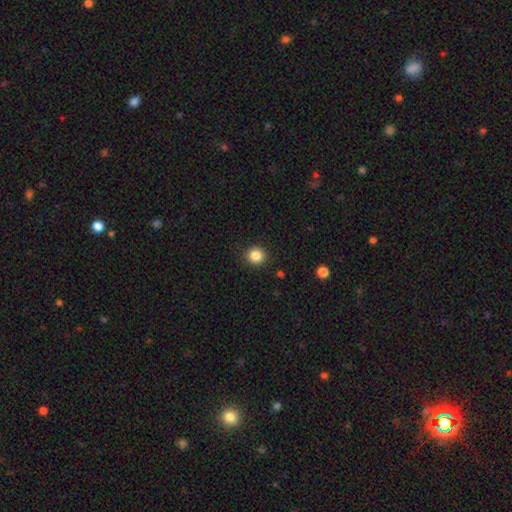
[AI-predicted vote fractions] A smooth galaxy with no disk features (85%) that is round (91%).

Vote fractions:
- Smooth or featured? smooth: 85% / star or artifact: 11% / featured or disk: 4%
- How rounded? round: 91% / in between: 8% / cigar-shaped: 1%
- Merging? none: 91% / minor disturbance: 6% / major disturbance: 2% / merger: 1%